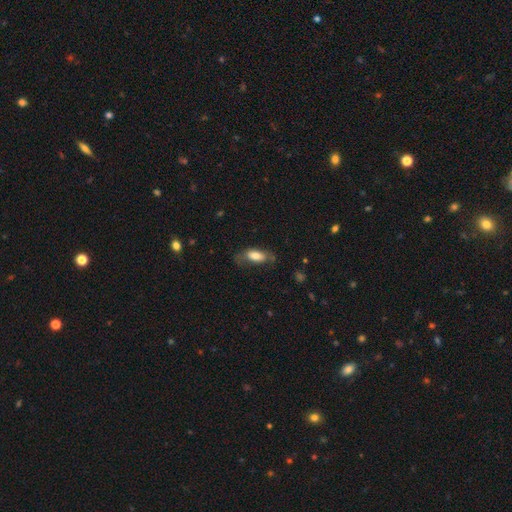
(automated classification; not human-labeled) Smooth or featured? smooth (74%)
How rounded? in between (81%)
Merging? none (56%)